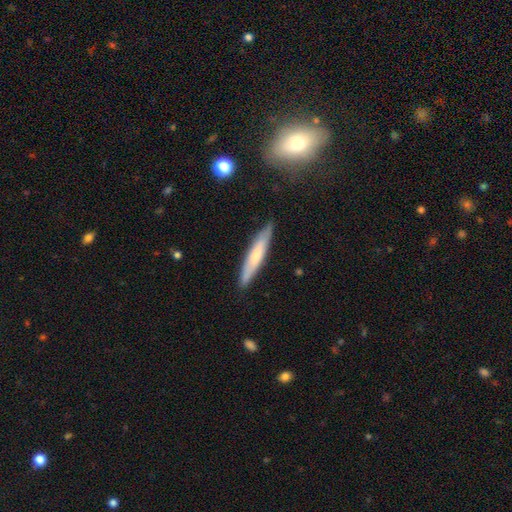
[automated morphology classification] Overall: smooth (60%; featured or disk 34%). How rounded: cigar-shaped (90%). Merging: none (85%).